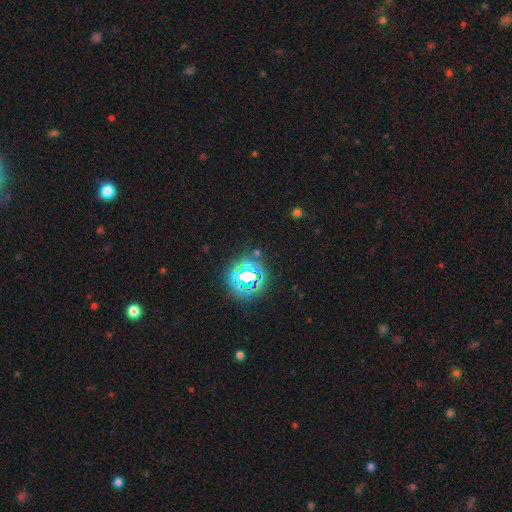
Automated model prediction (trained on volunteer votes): smooth-or-featured: star or artifact: 75% | smooth: 18% | featured or disk: 8%